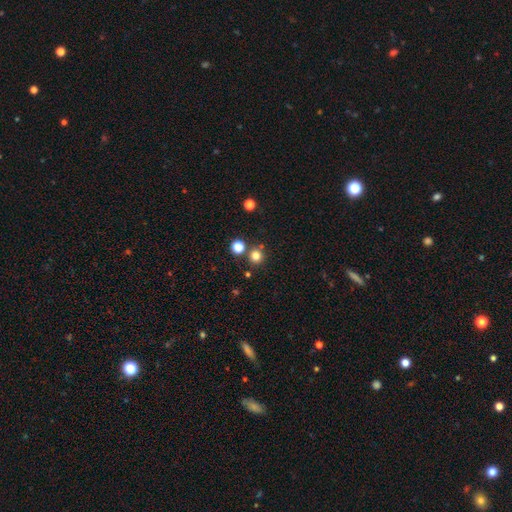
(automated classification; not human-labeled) Smooth or featured? Predicted: smooth (p=0.79). How rounded? Predicted: round (p=0.94). Merging? Predicted: none (p=0.81).